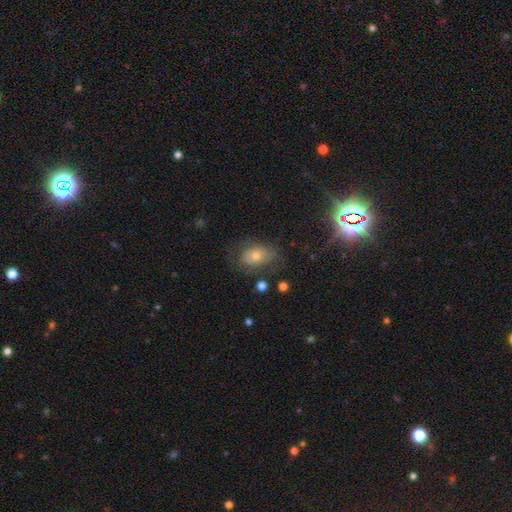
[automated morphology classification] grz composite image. It shows a smooth galaxy with no disk features (53%) that is in between round and cigar-shaped (81%). Merging: none (63%).